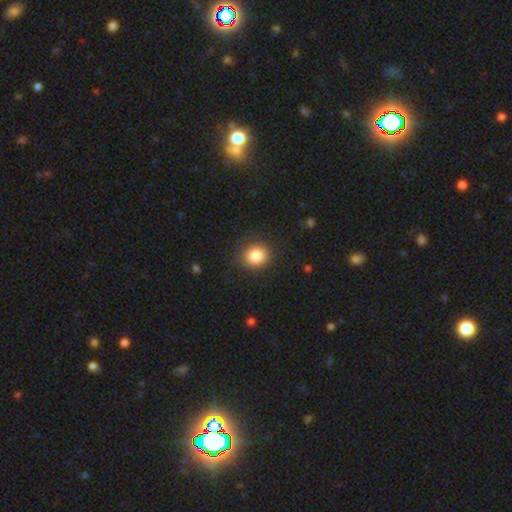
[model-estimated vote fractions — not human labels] A smooth galaxy with no disk features (84%) that is round (80%). Merging: none (86%).